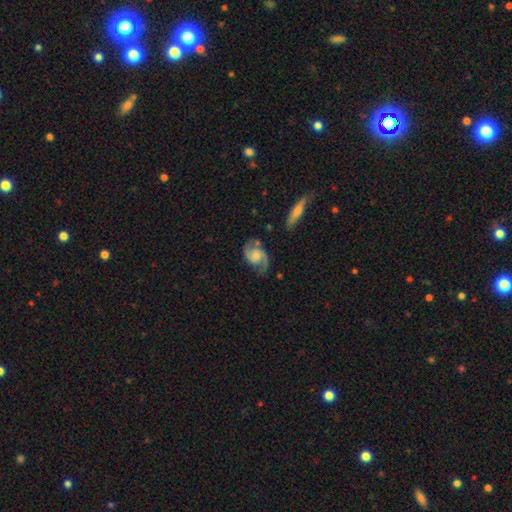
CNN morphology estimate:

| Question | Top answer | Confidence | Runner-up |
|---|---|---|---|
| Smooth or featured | featured or disk | 84% | smooth (11%) |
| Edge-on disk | no | 97% | yes (3%) |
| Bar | no | 63% | weak (31%) |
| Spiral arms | yes | 96% | no (4%) |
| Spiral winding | medium | 53% | loose (27%) |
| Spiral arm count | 2 | 91% | 1 (4%) |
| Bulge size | moderate | 38% | small (32%) |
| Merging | none | 72% | minor disturbance (18%) |